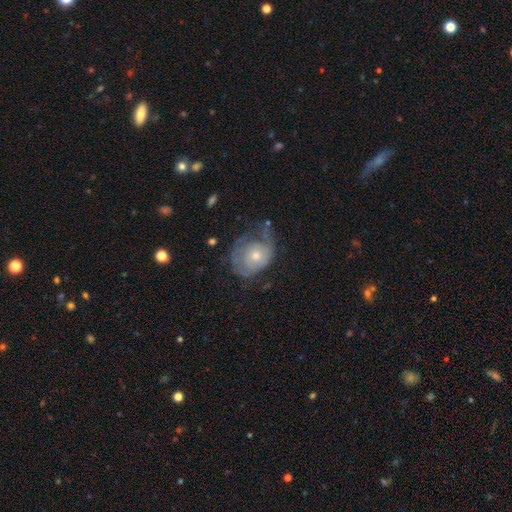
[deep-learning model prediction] Q: Smooth or featured?
A: featured or disk (51%); runner-up: smooth (41%)
Q: Edge-on disk?
A: no (96%); runner-up: yes (4%)
Q: Merging?
A: none (35%); runner-up: minor disturbance (31%)